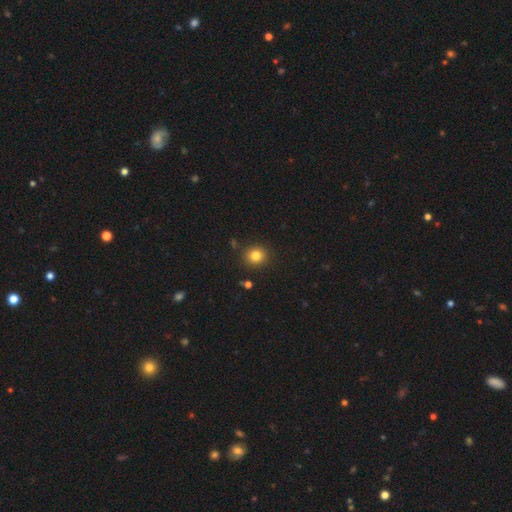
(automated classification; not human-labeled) A smooth galaxy with no disk features (81%) that is round (86%). Merging: none (89%).